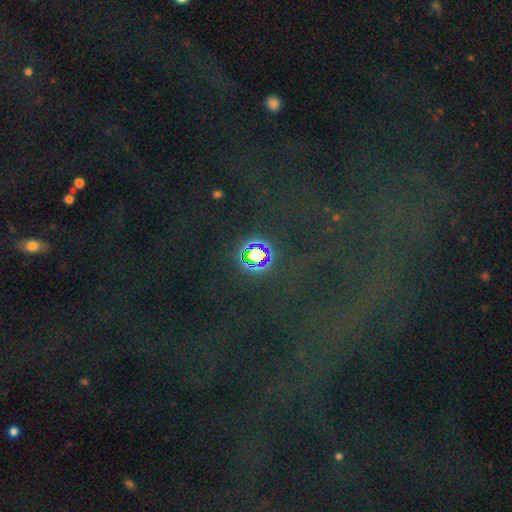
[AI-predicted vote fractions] This appears to be a star or artifact, not a galaxy (76%).